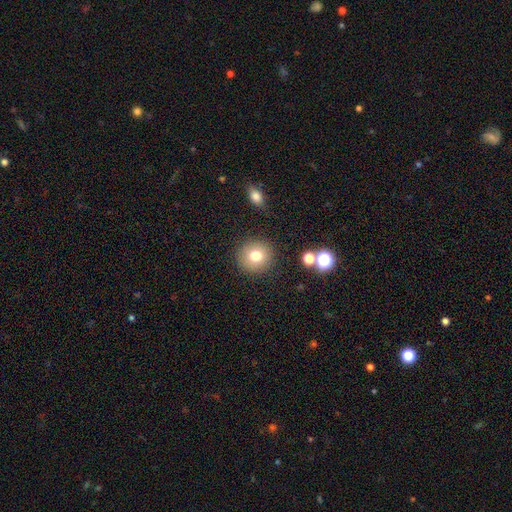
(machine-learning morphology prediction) Q: Smooth or featured?
A: smooth (76%); runner-up: featured or disk (12%)
Q: How rounded?
A: round (92%); runner-up: in between (7%)
Q: Merging?
A: none (88%); runner-up: minor disturbance (7%)